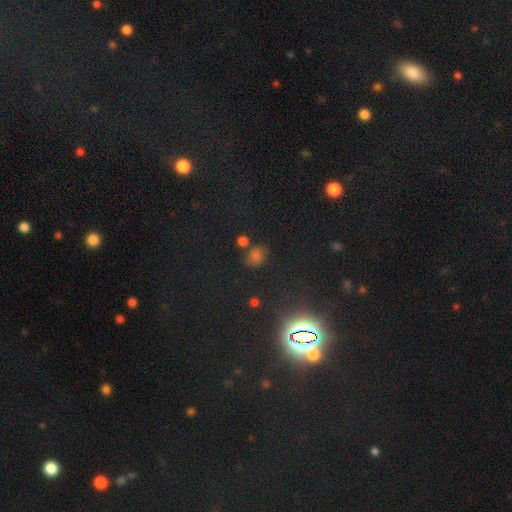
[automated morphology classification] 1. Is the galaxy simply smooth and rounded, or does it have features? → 52% smooth, 39% star or artifact, 8% featured or disk.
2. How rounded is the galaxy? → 53% round, 45% in between, 2% cigar-shaped.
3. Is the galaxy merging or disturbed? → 69% none, 14% minor disturbance, 11% merger, 6% major disturbance.